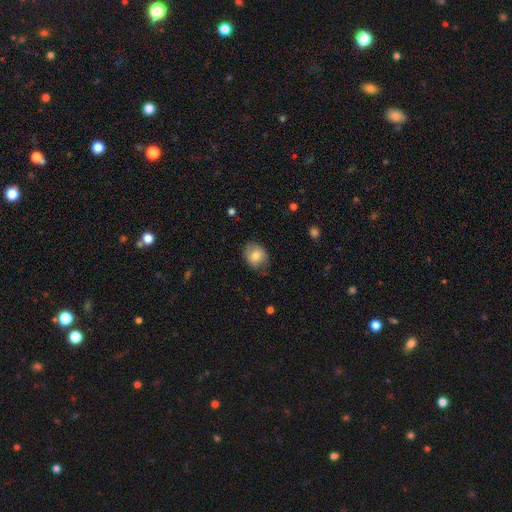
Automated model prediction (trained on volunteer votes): The model was most divided on "how rounded": round: 57%, in between: 43%, cigar-shaped: 1%. More confident: smooth or featured — smooth (78%); merging — none (71%).